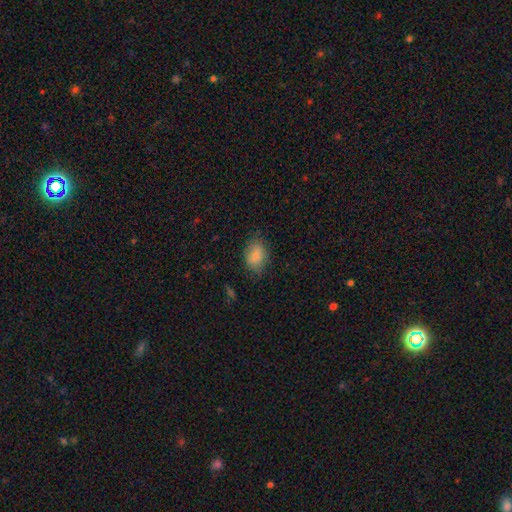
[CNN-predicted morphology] This appears to be a smooth galaxy with no disk features (83%) that is in between round and cigar-shaped (76%). Merging: none (71%).